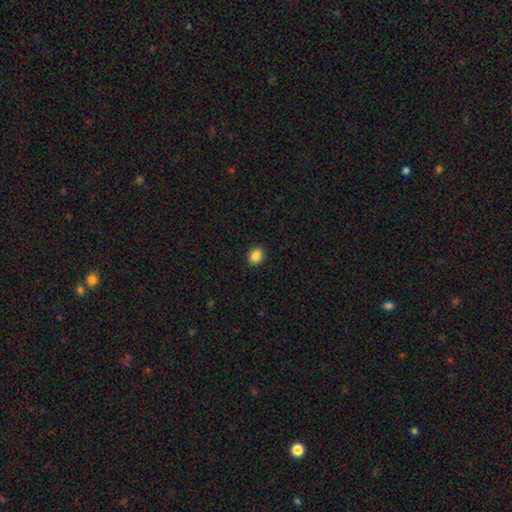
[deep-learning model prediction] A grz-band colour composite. It shows a smooth galaxy with no disk features (88%) that is round (55%). Merging: none (91%).